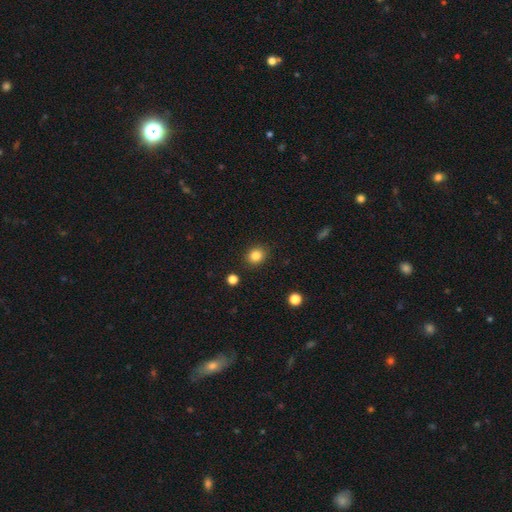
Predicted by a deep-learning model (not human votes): Smooth or featured?
  - smooth: 84% *
  - star or artifact: 11%
  - featured or disk: 5%
How rounded?
  - round: 68% *
  - in between: 32%
  - cigar-shaped: 1%
Merging?
  - none: 89% *
  - minor disturbance: 7%
  - major disturbance: 2%
  - merger: 2%